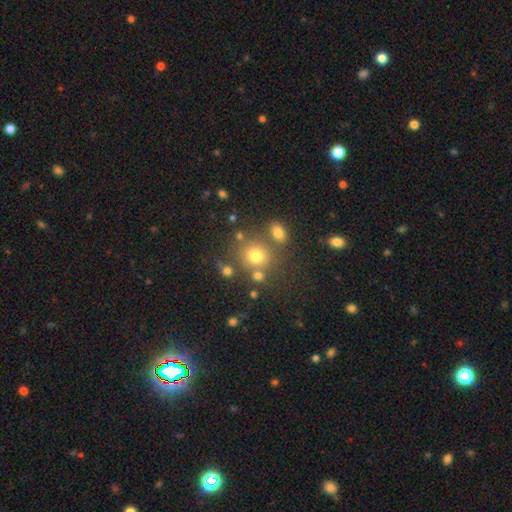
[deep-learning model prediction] A smooth galaxy with no disk features (73%) that is round (79%).

Vote fractions:
- Smooth or featured? smooth: 73% / star or artifact: 17% / featured or disk: 10%
- How rounded? round: 79% / in between: 20% / cigar-shaped: 1%
- Merging? none: 67% / merger: 17% / minor disturbance: 11% / major disturbance: 5%